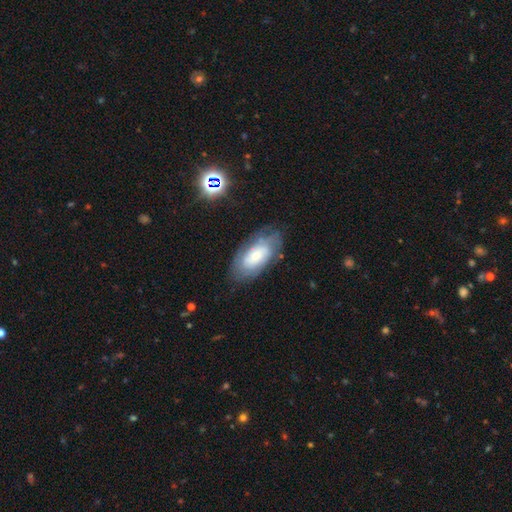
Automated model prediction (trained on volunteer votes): Morphology: type=featured or disk (53%); edge-on=no (91%); merging=none (72%).